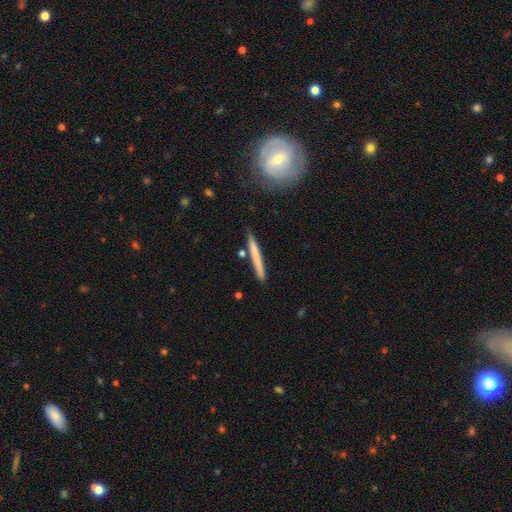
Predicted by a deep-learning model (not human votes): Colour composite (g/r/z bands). It shows a smooth galaxy with no disk features (60%) that is cigar-shaped (96%). Merging: none (87%).